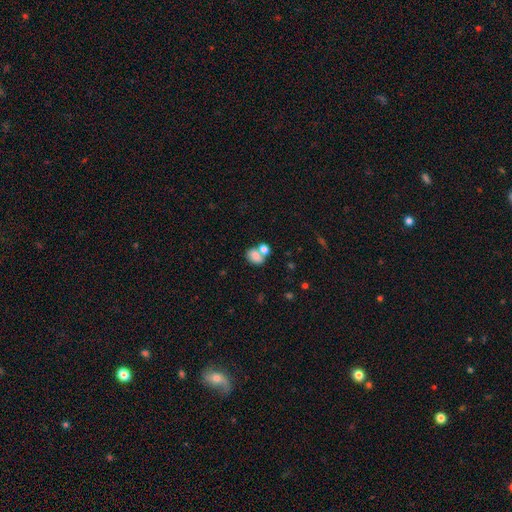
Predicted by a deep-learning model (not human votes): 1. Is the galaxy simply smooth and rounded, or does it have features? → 78% smooth, 13% featured or disk, 10% star or artifact.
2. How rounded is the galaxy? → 70% in between, 28% round, 1% cigar-shaped.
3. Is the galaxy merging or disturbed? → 52% merger, 32% none, 11% minor disturbance, 6% major disturbance.